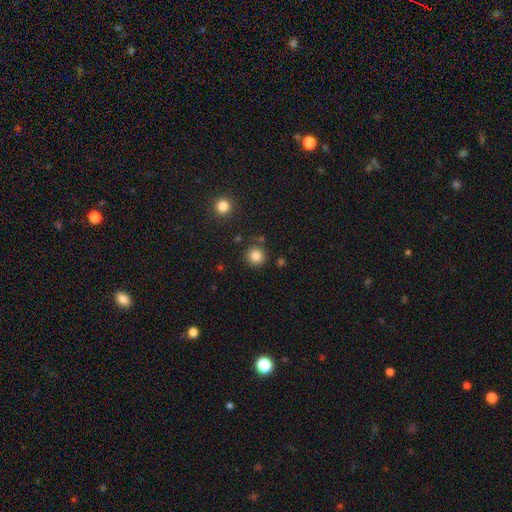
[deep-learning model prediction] smooth-or-featured: smooth: 85% | star or artifact: 11% | featured or disk: 4%
  how-rounded: round: 93% | in between: 6% | cigar-shaped: 1%
  merging: none: 86% | minor disturbance: 8% | merger: 4% | major disturbance: 3%